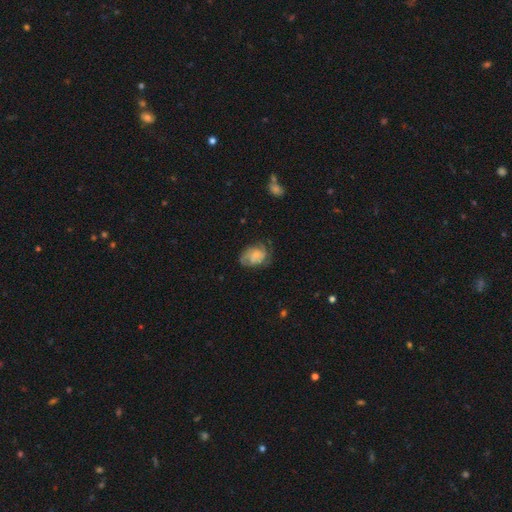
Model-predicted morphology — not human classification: This appears to be a featured or disk galaxy (59%) with no bar (72%), spiral arms (86%) and a small central bulge (56%). Merging: none (59%).